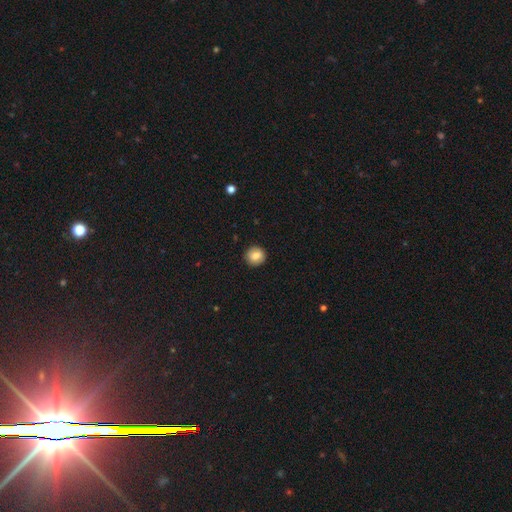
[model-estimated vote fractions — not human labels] smooth-or-featured: smooth: 81% | featured or disk: 10% | star or artifact: 9%
  how-rounded: round: 88% | in between: 11% | cigar-shaped: 1%
  merging: none: 90% | minor disturbance: 7% | major disturbance: 2% | merger: 1%